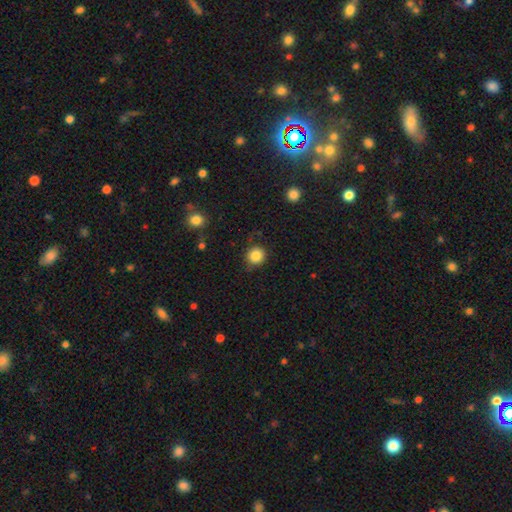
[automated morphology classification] Smooth or featured: smooth — 85% (star or artifact — 10%)
How rounded: round — 91% (in between — 8%)
Merging: none — 82% (minor disturbance — 13%)